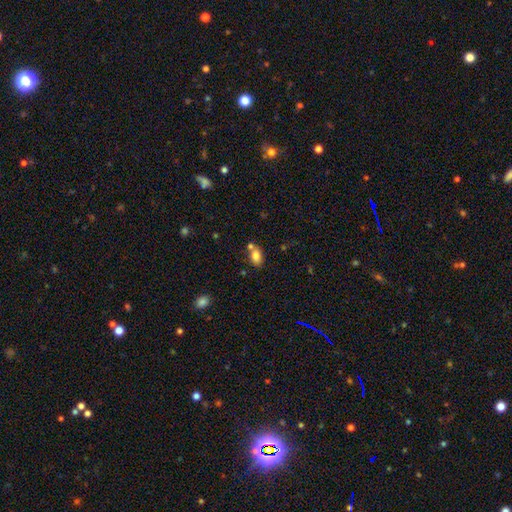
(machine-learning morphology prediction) Q: Smooth or featured?
A: smooth (81%); runner-up: featured or disk (10%)
Q: How rounded?
A: in between (86%); runner-up: round (12%)
Q: Merging?
A: none (59%); runner-up: merger (24%)